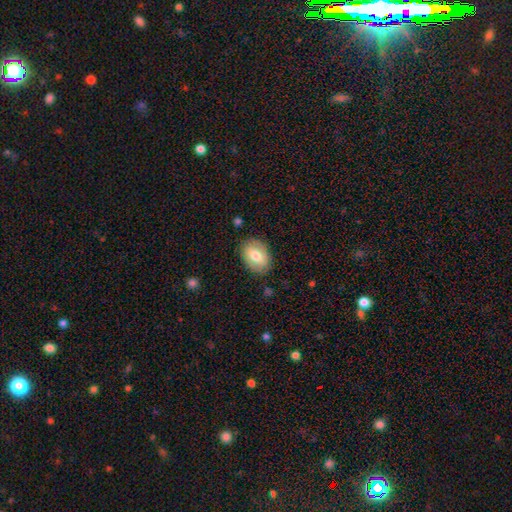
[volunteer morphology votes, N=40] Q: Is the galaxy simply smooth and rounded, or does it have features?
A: smooth — 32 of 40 (80%).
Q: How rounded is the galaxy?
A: in between — 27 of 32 (84%).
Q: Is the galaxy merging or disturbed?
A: none — 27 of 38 (71%).